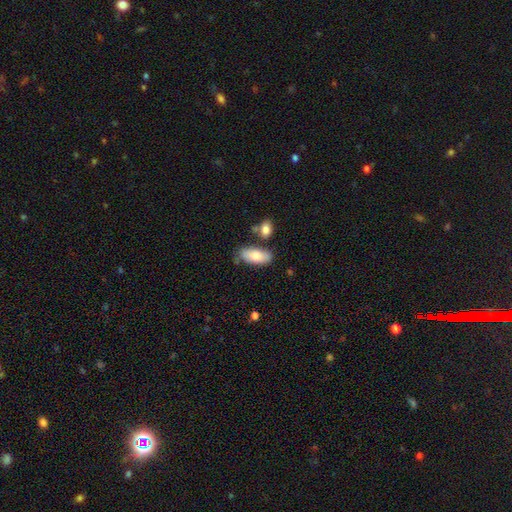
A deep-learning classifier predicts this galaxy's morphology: This is likely a smooth galaxy (80%). How rounded: clearly in between (90%). Merging: likely none (67%).